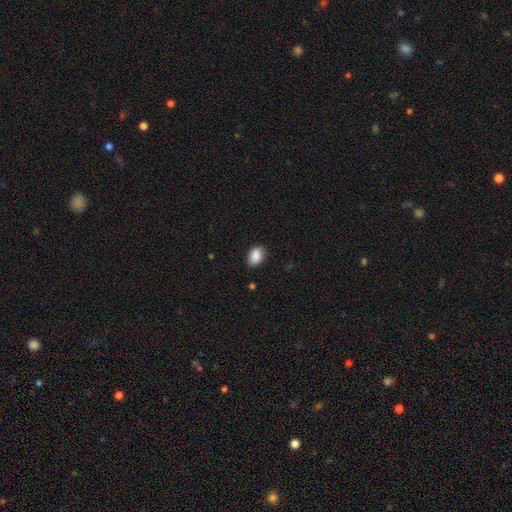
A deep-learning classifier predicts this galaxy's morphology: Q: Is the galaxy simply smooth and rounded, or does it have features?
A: smooth — 89%.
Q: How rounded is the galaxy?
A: in between — 86%.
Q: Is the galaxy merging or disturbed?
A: none — 84%.